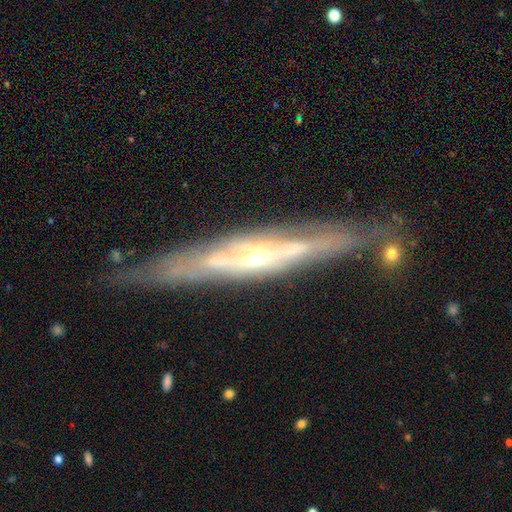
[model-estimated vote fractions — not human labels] Smooth or featured?
  - featured or disk: 83% *
  - smooth: 12%
  - star or artifact: 6%
Edge-on disk?
  - yes: 81% *
  - no: 19%
Edge-on bulge?
  - rounded: 74% *
  - none: 19%
  - boxy: 7%
Merging?
  - none: 77% *
  - minor disturbance: 15%
  - major disturbance: 5%
  - merger: 3%